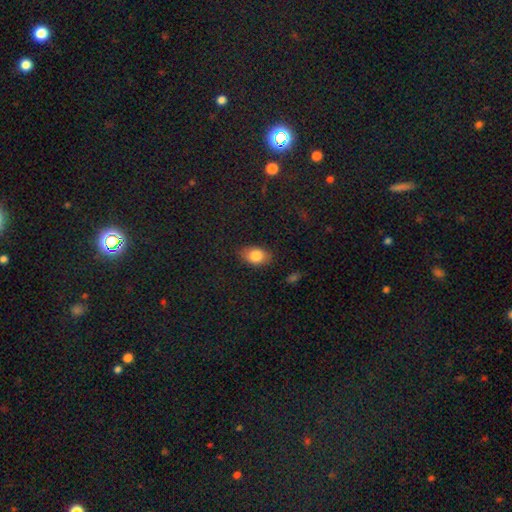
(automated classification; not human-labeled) A smooth galaxy with no disk features (80%) that is in between round and cigar-shaped (84%). Merging: none (83%).